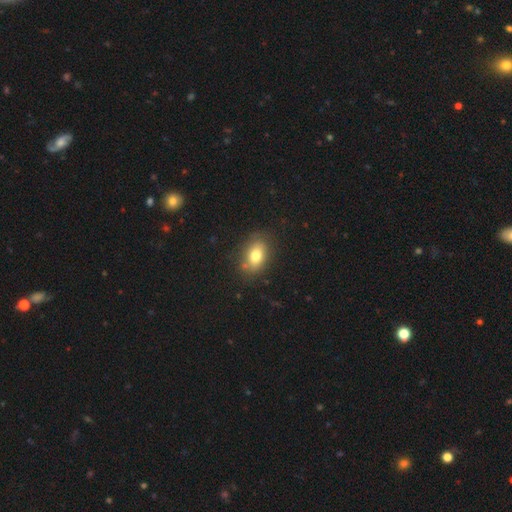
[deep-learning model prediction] smooth_or_featured: smooth (p=0.78) [alt: featured or disk p=0.13]
how_rounded: in between (p=0.82) [alt: round p=0.17]
merging: none (p=0.79) [alt: minor disturbance p=0.15]